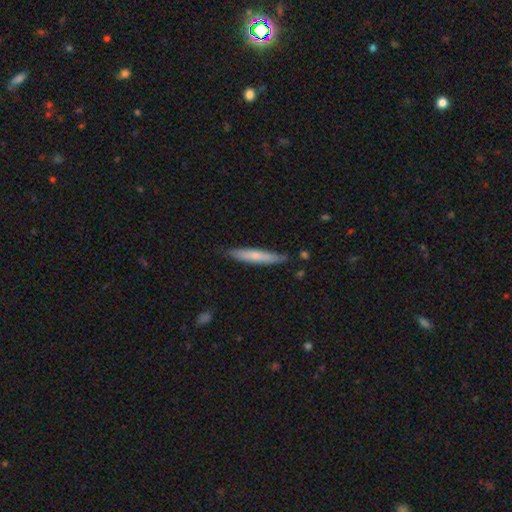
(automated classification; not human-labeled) This is likely a smooth galaxy (67%). How rounded: clearly cigar-shaped (92%). Merging: clearly none (83%).